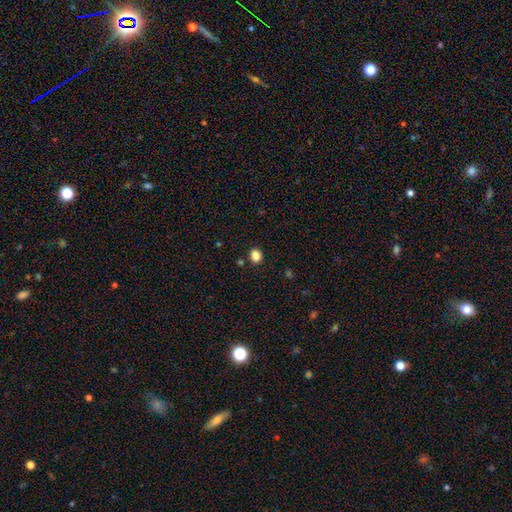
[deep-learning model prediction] smooth-or-featured: smooth: 85% | star or artifact: 12% | featured or disk: 3%
  how-rounded: round: 62% | in between: 37% | cigar-shaped: 1%
  merging: none: 86% | minor disturbance: 8% | merger: 4% | major disturbance: 2%